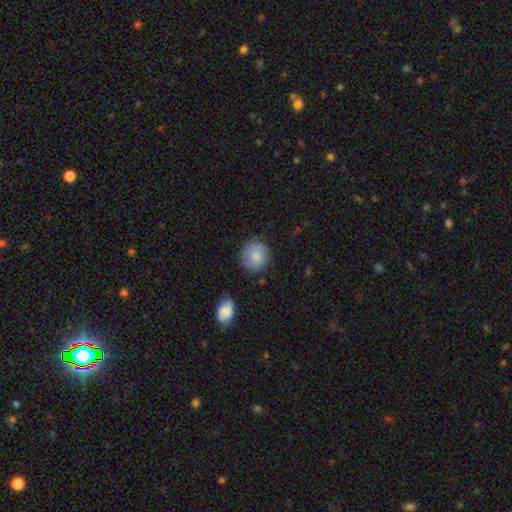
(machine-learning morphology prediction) Smooth or featured: smooth — 83% (featured or disk — 11%)
How rounded: round — 86% (in between — 13%)
Merging: none — 79% (minor disturbance — 15%)